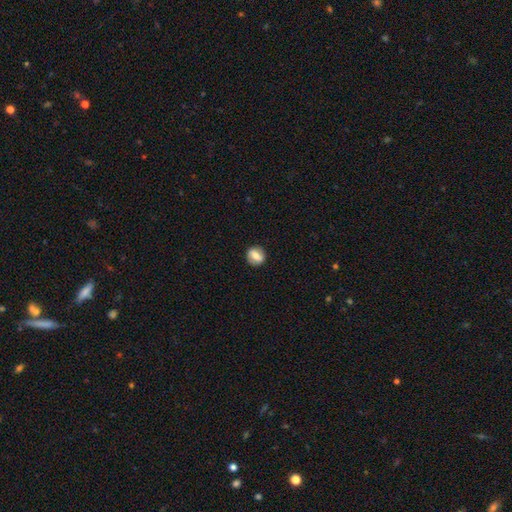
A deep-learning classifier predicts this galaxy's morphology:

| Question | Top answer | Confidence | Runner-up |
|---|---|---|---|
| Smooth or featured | smooth | 56% | featured or disk (36%) |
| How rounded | round | 76% | in between (22%) |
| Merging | none | 87% | minor disturbance (9%) |